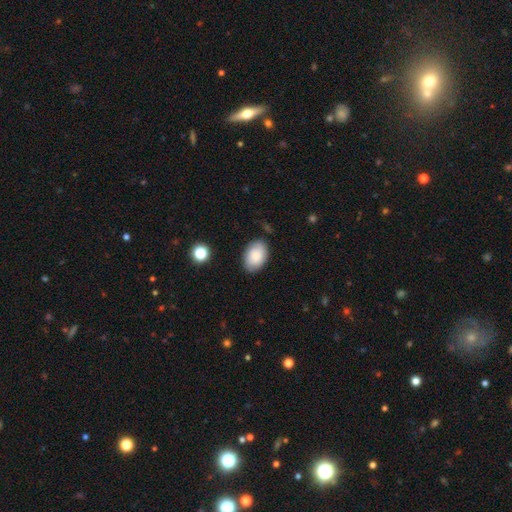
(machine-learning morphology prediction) smooth-or-featured: smooth: 85% | featured or disk: 8% | star or artifact: 7%
  how-rounded: in between: 87% | round: 12% | cigar-shaped: 1%
  merging: none: 80% | minor disturbance: 15% | major disturbance: 3% | merger: 2%